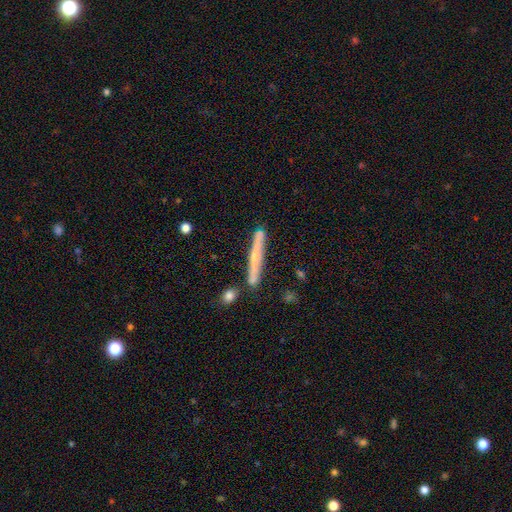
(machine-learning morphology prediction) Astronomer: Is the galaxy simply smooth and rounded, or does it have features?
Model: featured or disk — 59%.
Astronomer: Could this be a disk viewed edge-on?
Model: yes — 95%.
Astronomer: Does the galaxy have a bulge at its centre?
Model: rounded — 70%.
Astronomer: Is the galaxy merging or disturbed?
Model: none — 79%.